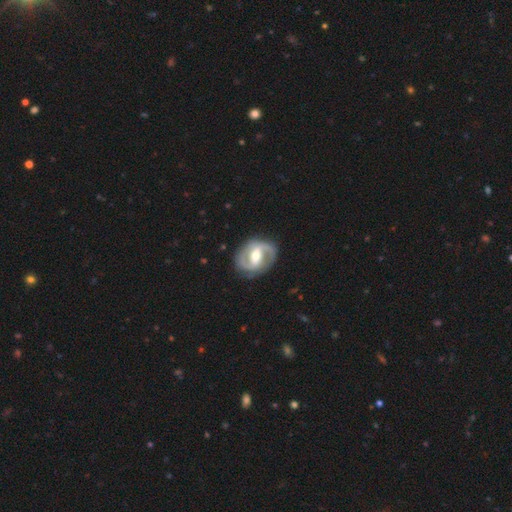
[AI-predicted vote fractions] smooth_or_featured: featured or disk (p=0.87) [alt: smooth p=0.08]
disk_edge_on: no (p=0.97) [alt: yes p=0.03]
bar: strong (p=0.46) [alt: weak p=0.39]
has_spiral_arms: yes (p=0.94) [alt: no p=0.06]
spiral_winding: medium (p=0.52) [alt: tight p=0.30]
spiral_arm_count: 2 (p=0.91) [alt: can't tell p=0.04]
bulge_size: moderate (p=0.68) [alt: small p=0.24]
merging: none (p=0.83) [alt: minor disturbance p=0.12]